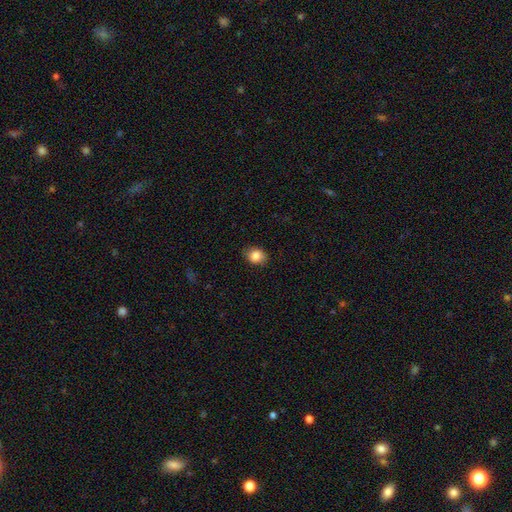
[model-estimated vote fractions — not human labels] smooth-or-featured: smooth: 85% | star or artifact: 9% | featured or disk: 6%
  how-rounded: in between: 54% | round: 45% | cigar-shaped: 1%
  merging: none: 83% | minor disturbance: 14% | major disturbance: 3% | merger: 1%